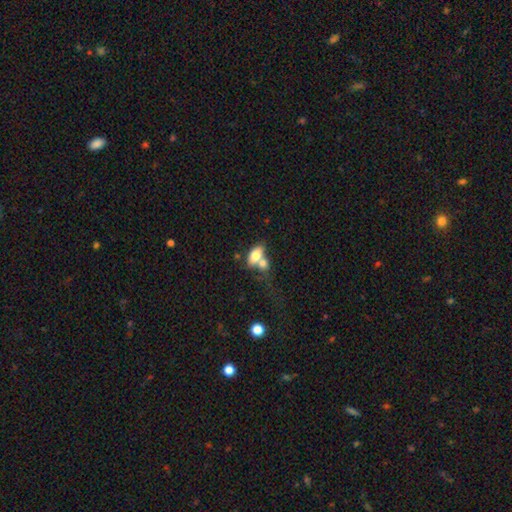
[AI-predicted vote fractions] smooth 71%, featured or disk 21%, star or artifact 8%. Down the decision tree: how rounded — in between (84%); merging — merger (55%).